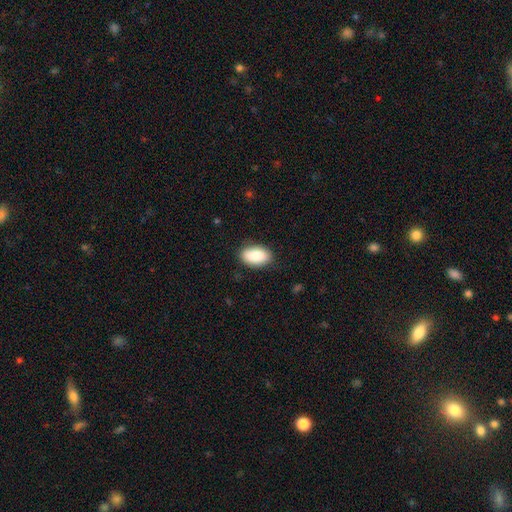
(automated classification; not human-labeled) This is clearly a smooth galaxy (88%). How rounded: clearly in between (93%). Merging: clearly none (83%).